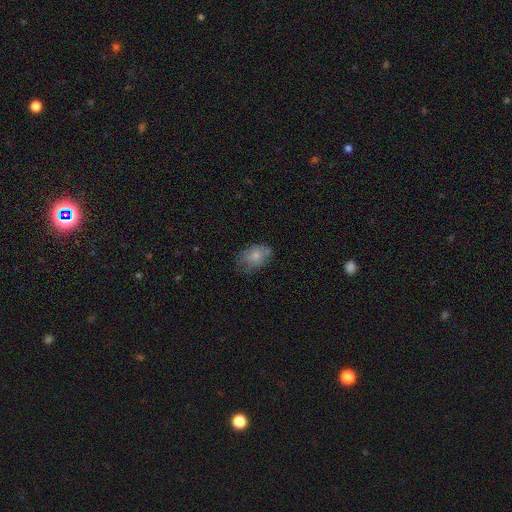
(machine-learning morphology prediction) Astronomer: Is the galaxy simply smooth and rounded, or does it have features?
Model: smooth — 76%.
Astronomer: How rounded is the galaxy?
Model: in between — 80%.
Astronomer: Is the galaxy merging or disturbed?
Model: none — 59%.